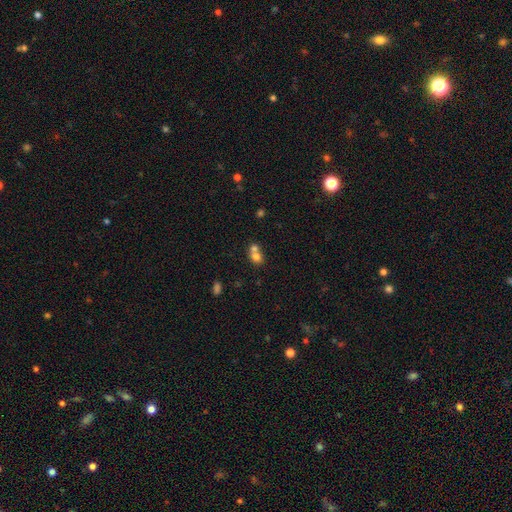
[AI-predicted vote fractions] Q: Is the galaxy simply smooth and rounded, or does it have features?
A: smooth — 73%.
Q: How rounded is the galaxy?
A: round — 69%.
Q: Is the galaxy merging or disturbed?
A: merger — 64%.